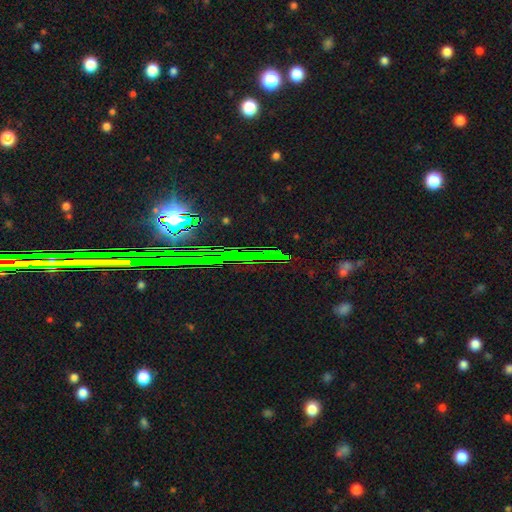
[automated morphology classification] A star or artifact, not a galaxy (76%).